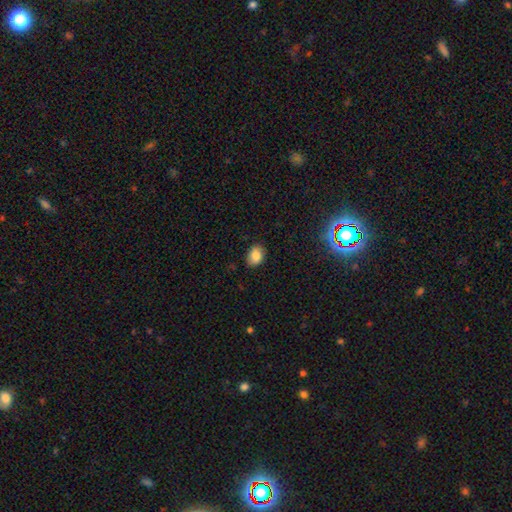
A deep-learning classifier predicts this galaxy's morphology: Overall: smooth (85%). How rounded: in between (73%). Merging: none (85%).